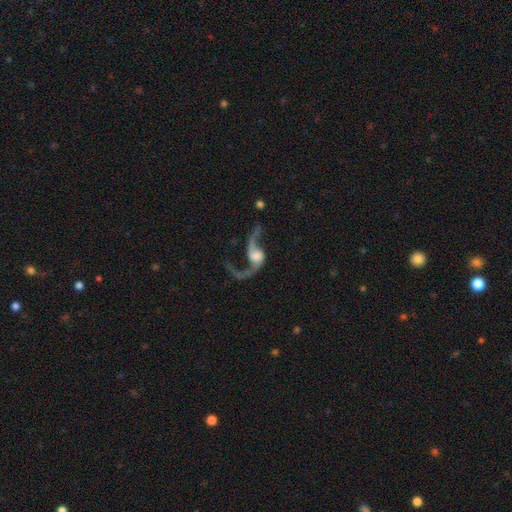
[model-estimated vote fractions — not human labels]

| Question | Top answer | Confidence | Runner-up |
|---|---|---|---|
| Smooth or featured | featured or disk | 89% | smooth (5%) |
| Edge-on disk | no | 96% | yes (4%) |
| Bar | no | 57% | weak (32%) |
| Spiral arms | yes | 96% | no (4%) |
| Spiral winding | loose | 90% | medium (8%) |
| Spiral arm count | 2 | 92% | 1 (4%) |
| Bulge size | moderate | 33% | large (28%) |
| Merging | none | 58% | major disturbance (21%) |